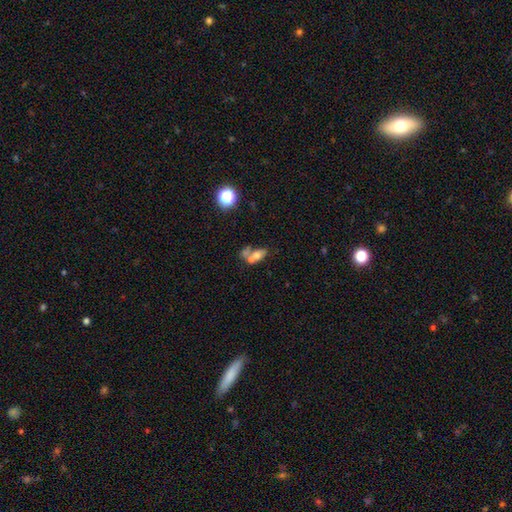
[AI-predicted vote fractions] A smooth galaxy with no disk features (54%) that is in between round and cigar-shaped (71%). Merging: merger (59%).